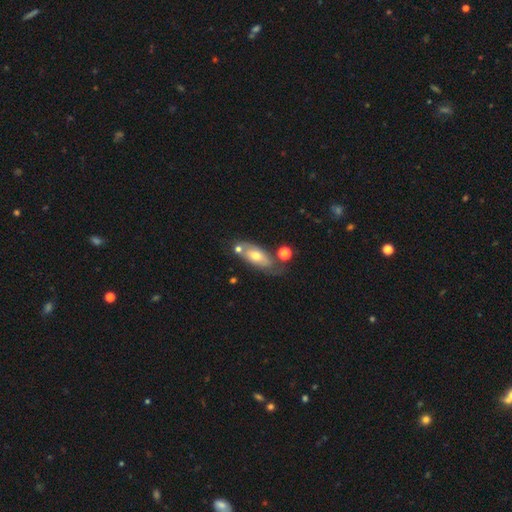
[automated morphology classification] A smooth galaxy with no disk features (49%).

Vote fractions:
- Smooth or featured? smooth: 49% / featured or disk: 43% / star or artifact: 7%
- Merging? none: 54% / minor disturbance: 21% / merger: 17% / major disturbance: 8%